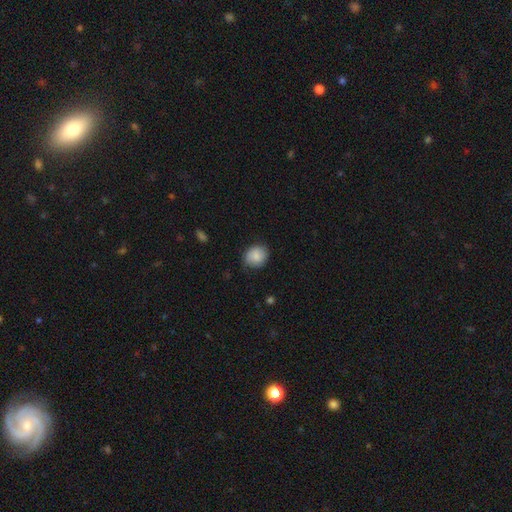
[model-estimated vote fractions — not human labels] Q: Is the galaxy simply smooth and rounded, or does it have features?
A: smooth — 82%.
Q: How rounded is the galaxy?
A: round — 69%.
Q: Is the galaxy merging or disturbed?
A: none — 78%.